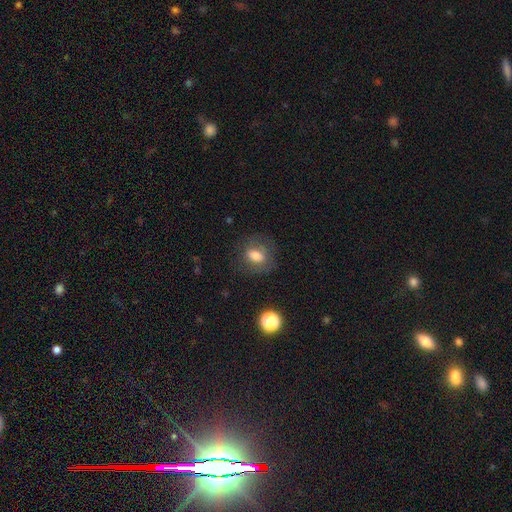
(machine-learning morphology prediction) Overall: smooth (73%). How rounded: in between (59%; round 39%). Merging: none (71%).